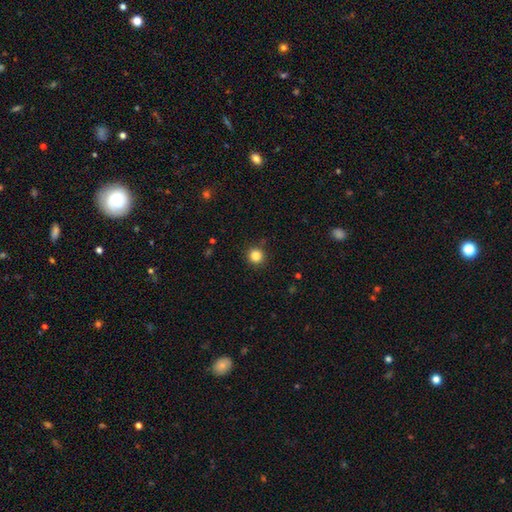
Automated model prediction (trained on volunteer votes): Smooth or featured: smooth — 83% (star or artifact — 12%)
How rounded: round — 94% (in between — 5%)
Merging: none — 90% (minor disturbance — 6%)